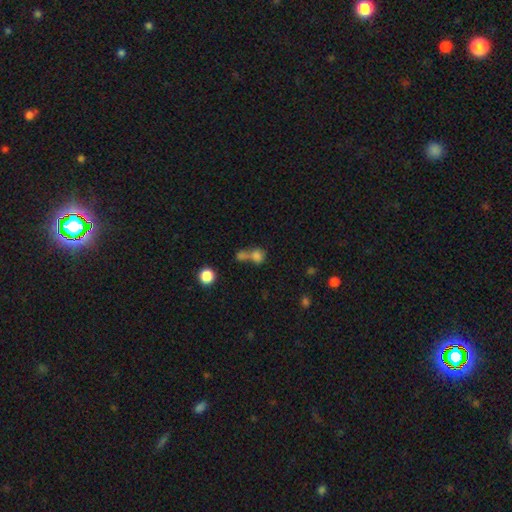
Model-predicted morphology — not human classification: The model was most divided on "merging": merger: 56%, none: 30%, minor disturbance: 8%, major disturbance: 6%. More confident: smooth or featured — smooth (76%); how rounded — round (71%).